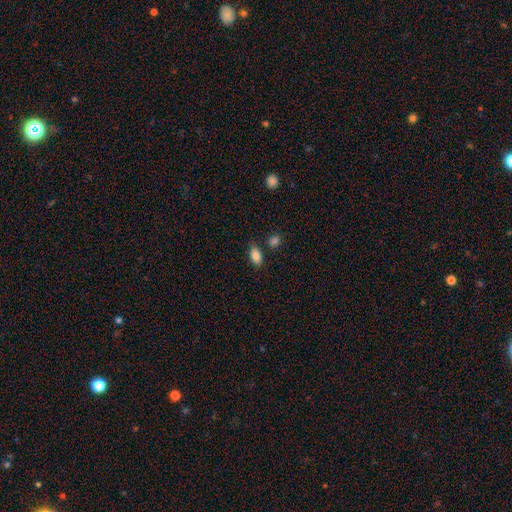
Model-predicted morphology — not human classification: Smooth or featured?
  - smooth: 85% *
  - star or artifact: 8%
  - featured or disk: 6%
How rounded?
  - in between: 89% *
  - round: 8%
  - cigar-shaped: 4%
Merging?
  - none: 77% *
  - minor disturbance: 14%
  - merger: 6%
  - major disturbance: 3%